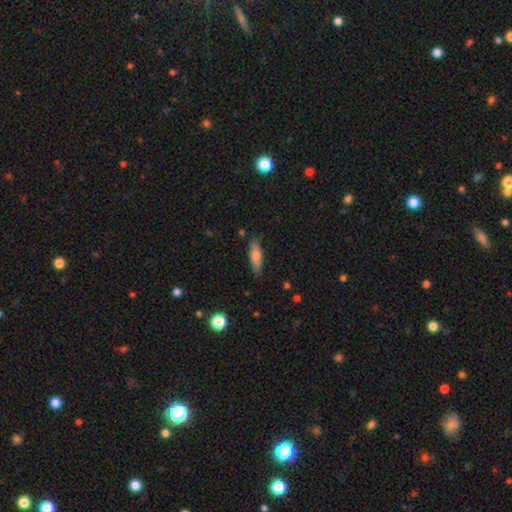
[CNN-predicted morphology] Smooth or featured? smooth (73%)
How rounded? cigar-shaped (50%)
Merging? none (82%)